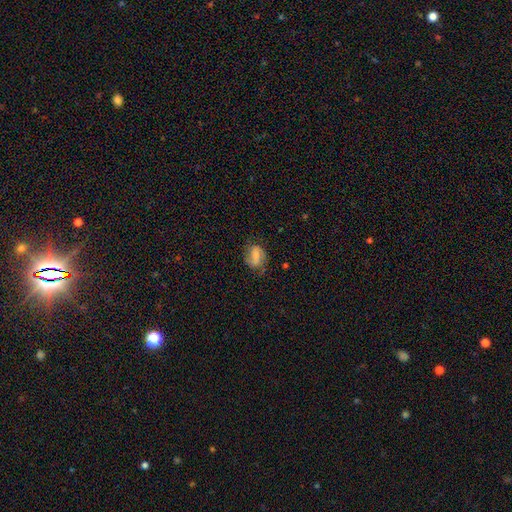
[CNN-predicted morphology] featured or disk 47%, smooth 44%, star or artifact 9%. Down the decision tree: merging — none (59%).